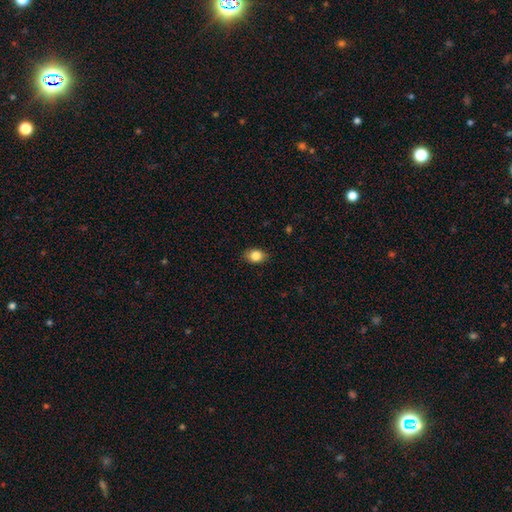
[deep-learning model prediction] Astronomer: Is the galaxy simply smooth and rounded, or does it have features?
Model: smooth — 85%.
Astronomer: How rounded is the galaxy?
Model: in between — 76%.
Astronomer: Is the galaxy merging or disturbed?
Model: none — 85%.